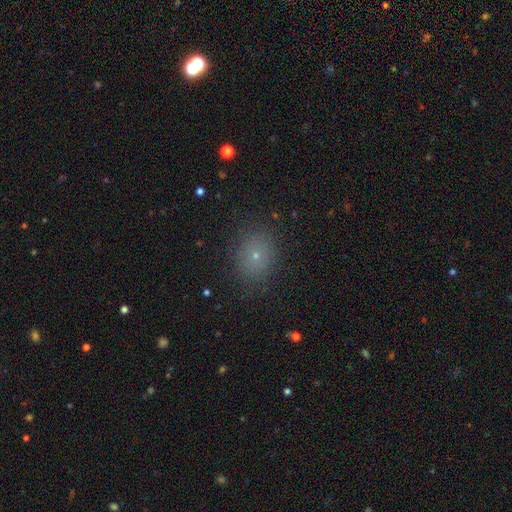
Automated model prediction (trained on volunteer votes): A smooth galaxy with no disk features (71%) that is round (57%).

Vote fractions:
- Smooth or featured? smooth: 71% / star or artifact: 18% / featured or disk: 11%
- How rounded? round: 57% / in between: 42% / cigar-shaped: 1%
- Merging? none: 85% / minor disturbance: 10% / major disturbance: 4% / merger: 1%